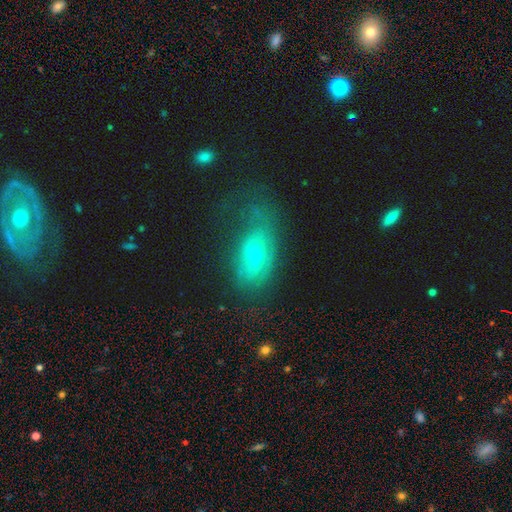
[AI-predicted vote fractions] A smooth galaxy with no disk features (46%).

Vote fractions:
- Smooth or featured? smooth: 46% / featured or disk: 42% / star or artifact: 12%
- Merging? none: 40% / major disturbance: 31% / minor disturbance: 26% / merger: 3%